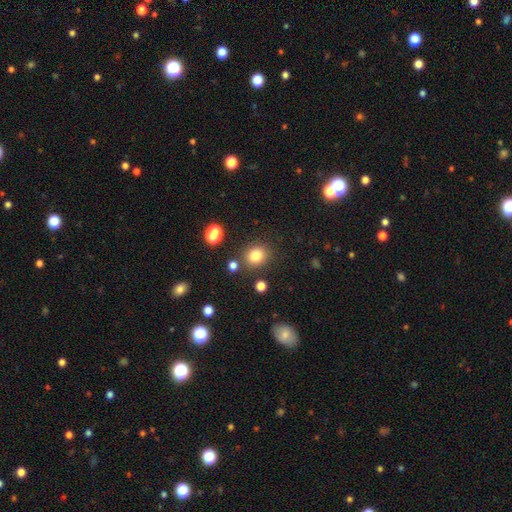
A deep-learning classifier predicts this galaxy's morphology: smooth_or_featured: smooth (p=0.81) [alt: star or artifact p=0.13]
how_rounded: round (p=0.78) [alt: in between p=0.21]
merging: none (p=0.82) [alt: minor disturbance p=0.09]